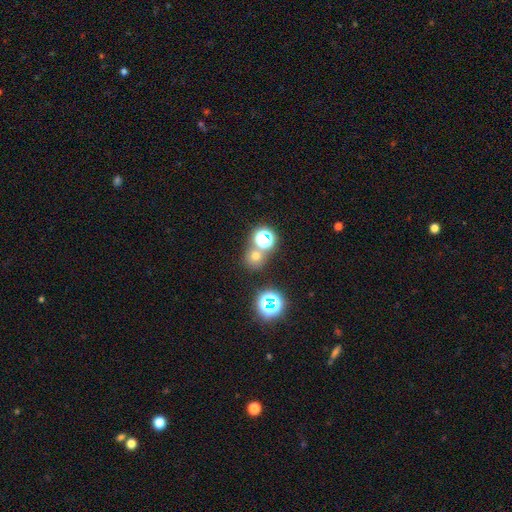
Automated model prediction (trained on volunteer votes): Morphology: type=smooth (59%); roundness=round (86%); merging=none (64%).